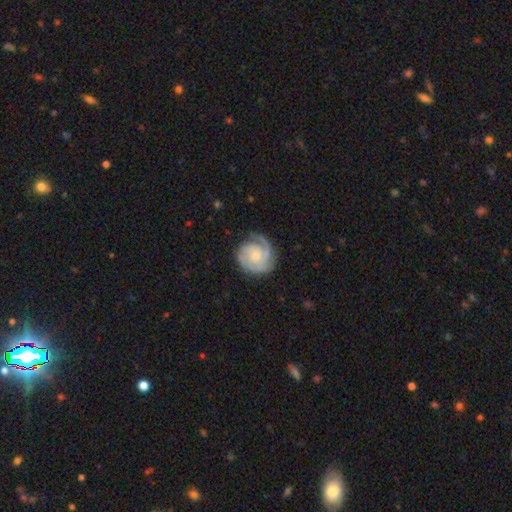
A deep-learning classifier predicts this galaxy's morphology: This is clearly a featured or disk galaxy (81%). It is clearly not viewed edge-on (98%). Bar: likely no (75%). Spiral arm pattern: clearly yes (96%). Spiral arm count: marginally 2 (31%). Spiral winding: likely tight (60%). Central bulge: possibly small (60%). Merging: likely none (72%).